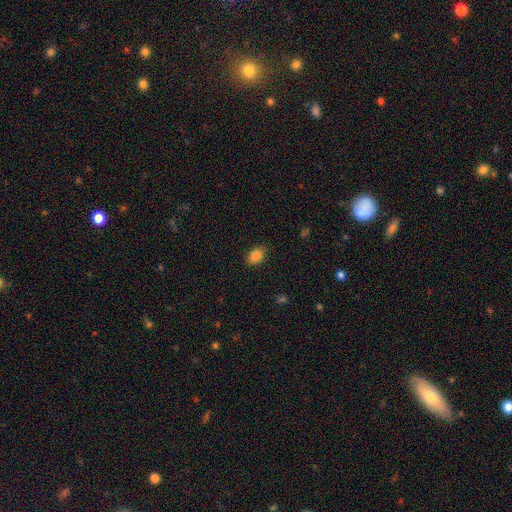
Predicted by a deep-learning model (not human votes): Smooth or featured: smooth — 86% (star or artifact — 9%)
How rounded: in between — 80% (round — 18%)
Merging: none — 85% (minor disturbance — 11%)